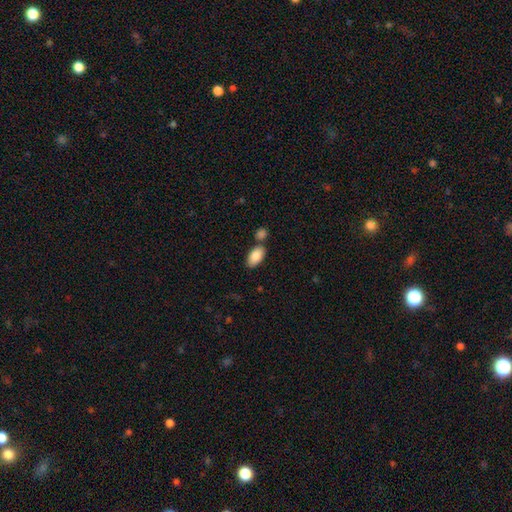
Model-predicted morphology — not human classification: type=smooth (88%); roundness=in between (94%); merging=none (66%).